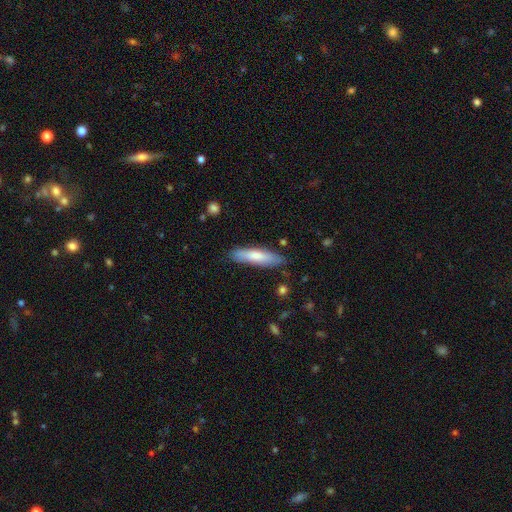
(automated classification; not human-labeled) This is likely a smooth galaxy (73%). How rounded: likely cigar-shaped (75%). Merging: clearly none (84%).